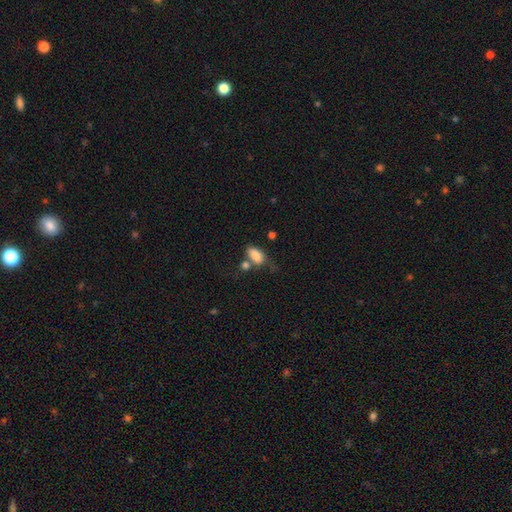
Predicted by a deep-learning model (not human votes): Overall: smooth (83%). How rounded: in between (90%). Merging: none (44%; merger 24%).